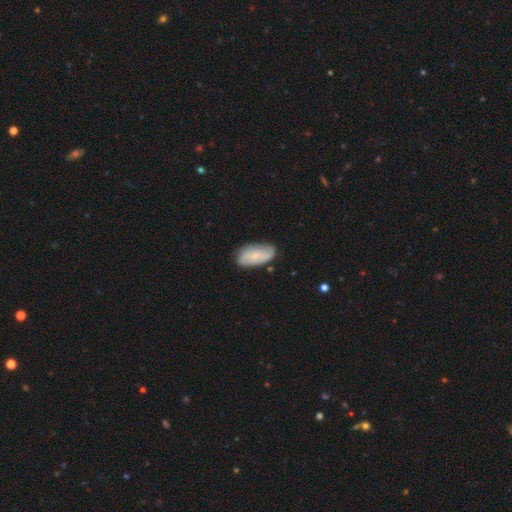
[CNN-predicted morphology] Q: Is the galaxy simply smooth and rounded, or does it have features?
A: smooth — 59%.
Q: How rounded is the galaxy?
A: in between — 93%.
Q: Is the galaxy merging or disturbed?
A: none — 74%.